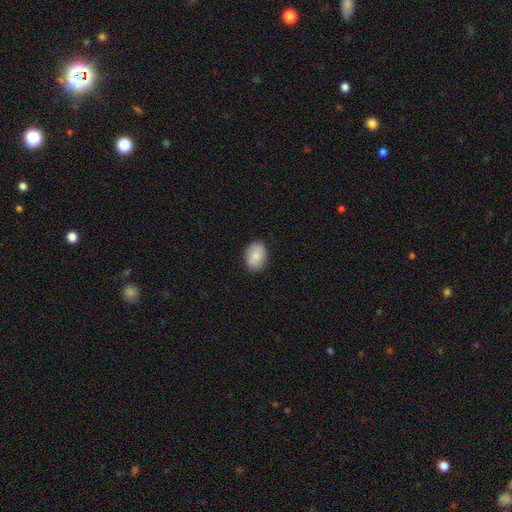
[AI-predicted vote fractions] Smooth or featured? Predicted: smooth (p=0.83). How rounded? Predicted: in between (p=0.71). Merging? Predicted: none (p=0.86).